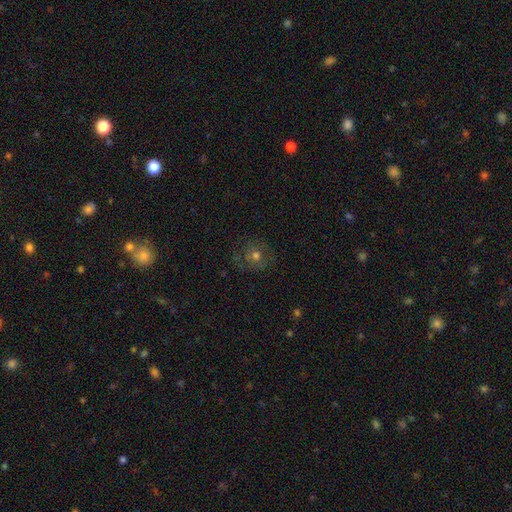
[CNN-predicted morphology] This is possibly a smooth galaxy (56%). How rounded: clearly round (87%). Merging: likely none (77%).